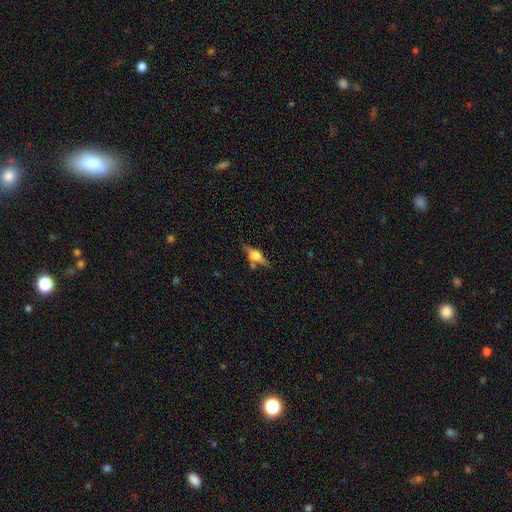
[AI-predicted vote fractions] smooth-or-featured: featured or disk: 65% | smooth: 26% | star or artifact: 9%
  disk-edge-on: yes: 94% | no: 6%
    edge-on-bulge: rounded: 93% | boxy: 5% | none: 2%
  merging: none: 71% | minor disturbance: 14% | merger: 10% | major disturbance: 5%